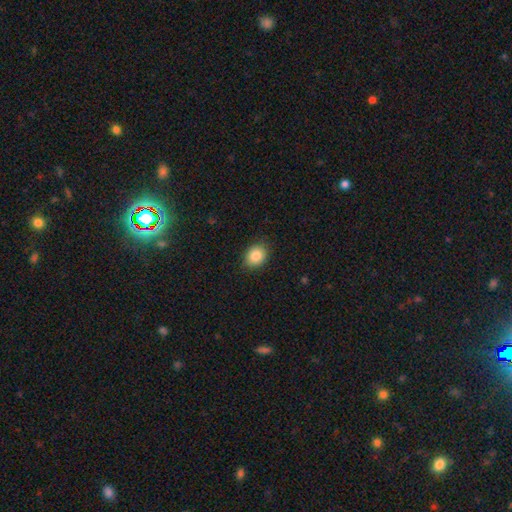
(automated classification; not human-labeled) Overall: smooth (86%). How rounded: in between (56%; round 43%). Merging: none (86%).